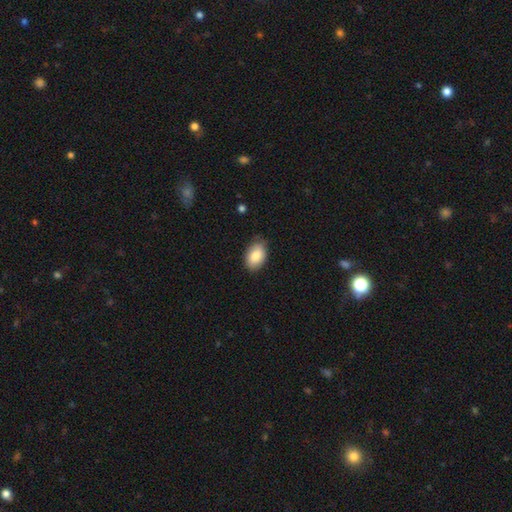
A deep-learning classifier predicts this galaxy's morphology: The model was most divided on "merging": none: 77%, minor disturbance: 19%, major disturbance: 3%, merger: 1%. More confident: how rounded — in between (89%); smooth or featured — smooth (85%).